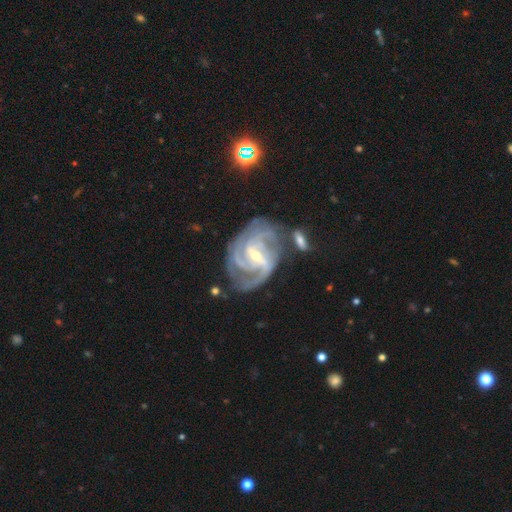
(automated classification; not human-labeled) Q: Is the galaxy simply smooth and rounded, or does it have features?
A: featured or disk — 92%.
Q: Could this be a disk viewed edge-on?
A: no — 98%.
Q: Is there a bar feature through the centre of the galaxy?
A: weak — 46%.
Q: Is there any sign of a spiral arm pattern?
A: yes — 98%.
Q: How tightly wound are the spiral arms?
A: tight — 48%.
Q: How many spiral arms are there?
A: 3 — 33%.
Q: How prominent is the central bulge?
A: small — 62%.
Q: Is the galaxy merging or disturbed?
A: none — 61%.